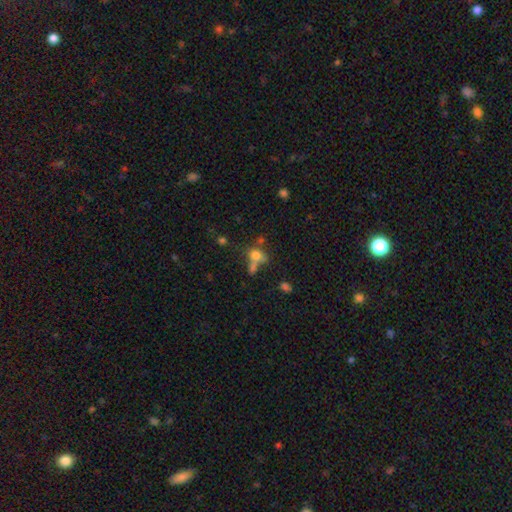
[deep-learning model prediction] Smooth or featured?
  - smooth: 70% *
  - star or artifact: 15%
  - featured or disk: 15%
How rounded?
  - in between: 55% *
  - round: 41%
  - cigar-shaped: 4%
Merging?
  - merger: 40% *
  - none: 36%
  - minor disturbance: 13%
  - major disturbance: 11%